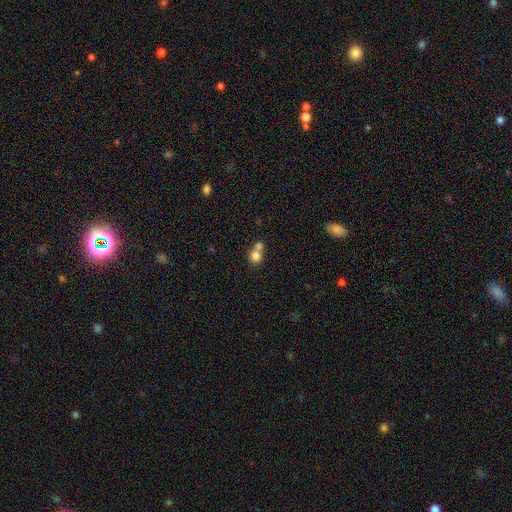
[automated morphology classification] A smooth galaxy with no disk features (80%) that is round (81%).

Vote fractions:
- Smooth or featured? smooth: 80% / star or artifact: 10% / featured or disk: 10%
- How rounded? round: 81% / in between: 18% / cigar-shaped: 1%
- Merging? merger: 53% / none: 38% / minor disturbance: 6% / major disturbance: 3%